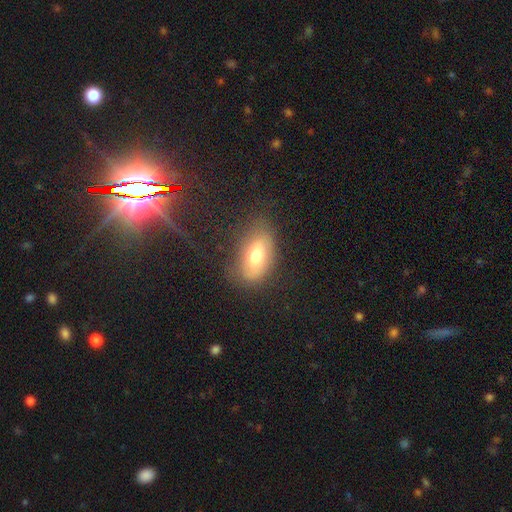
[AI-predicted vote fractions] Smooth or featured?
  - smooth: 63% *
  - featured or disk: 28%
  - star or artifact: 9%
How rounded?
  - in between: 89% *
  - round: 7%
  - cigar-shaped: 4%
Merging?
  - none: 69% *
  - minor disturbance: 20%
  - major disturbance: 9%
  - merger: 2%